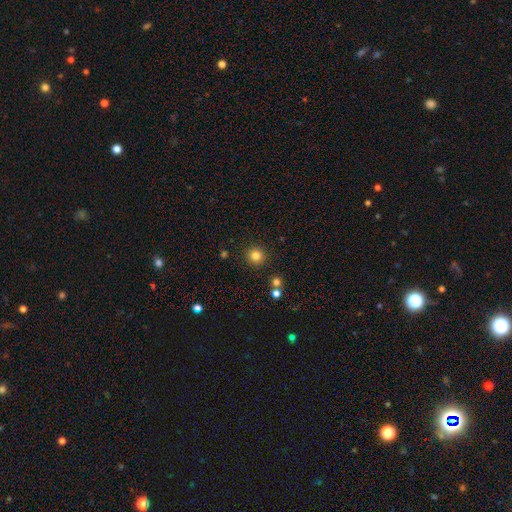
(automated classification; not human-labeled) Smooth or featured?
  - smooth: 82% *
  - star or artifact: 13%
  - featured or disk: 5%
How rounded?
  - round: 94% *
  - in between: 5%
  - cigar-shaped: 1%
Merging?
  - none: 89% *
  - minor disturbance: 6%
  - merger: 3%
  - major disturbance: 2%